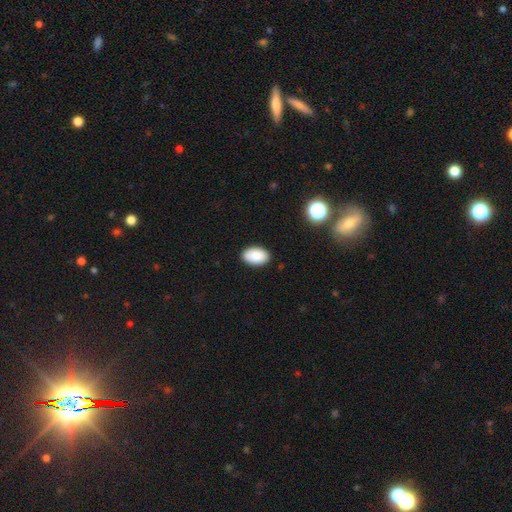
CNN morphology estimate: smooth 89%, star or artifact 7%, featured or disk 4%. Down the decision tree: how rounded — in between (93%); merging — none (88%).